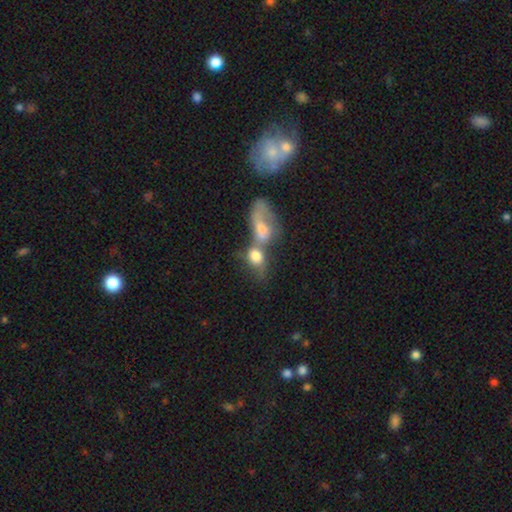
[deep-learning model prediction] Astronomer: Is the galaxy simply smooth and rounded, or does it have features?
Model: smooth — 66%.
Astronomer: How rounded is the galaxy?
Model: in between — 66%.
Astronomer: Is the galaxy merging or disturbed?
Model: merger — 73%.